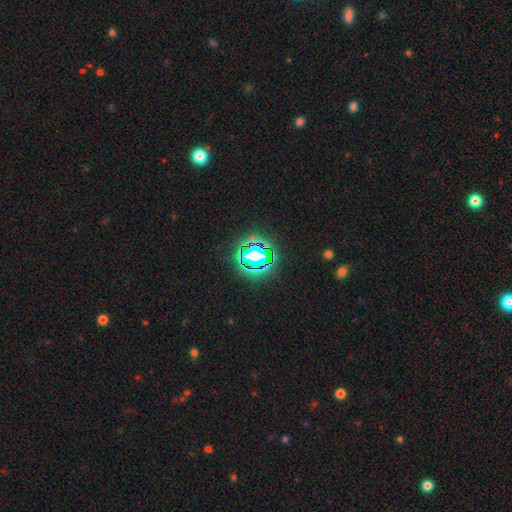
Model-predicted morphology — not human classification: Overall: star or artifact (72%).